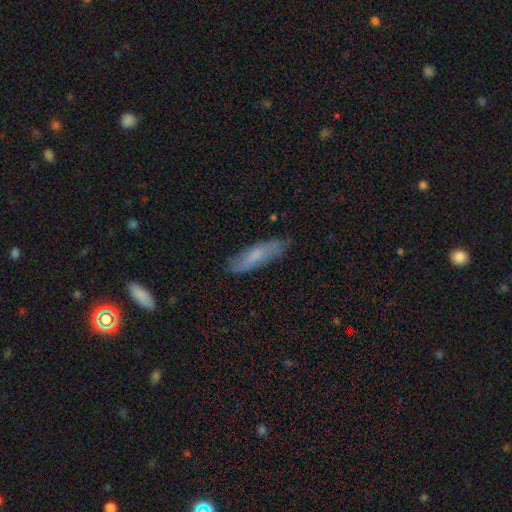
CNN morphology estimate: This is likely a smooth galaxy (65%). How rounded: likely cigar-shaped (64%). Merging: likely none (79%).